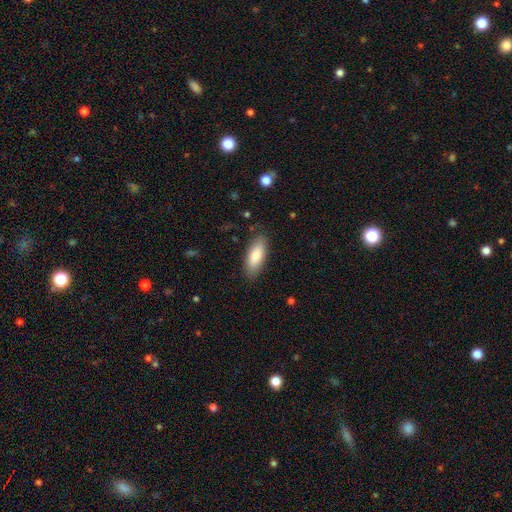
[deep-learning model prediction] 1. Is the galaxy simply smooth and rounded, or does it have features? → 81% smooth, 13% featured or disk, 6% star or artifact.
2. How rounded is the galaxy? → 79% in between, 19% cigar-shaped, 2% round.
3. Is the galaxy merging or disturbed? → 83% none, 13% minor disturbance, 3% major disturbance, 1% merger.